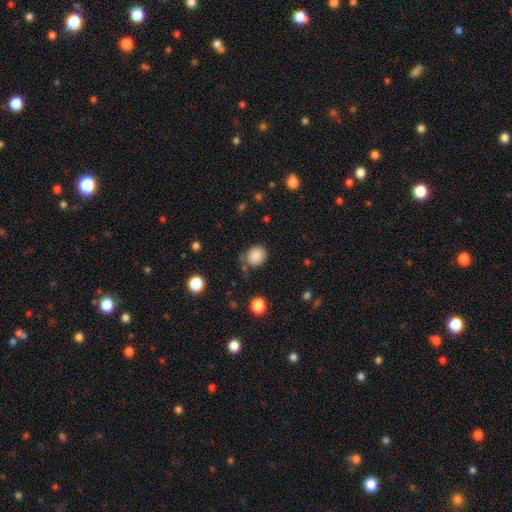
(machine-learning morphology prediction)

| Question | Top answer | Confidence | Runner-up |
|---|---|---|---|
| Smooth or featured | smooth | 86% | star or artifact (10%) |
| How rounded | round | 75% | in between (24%) |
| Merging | none | 72% | minor disturbance (17%) |